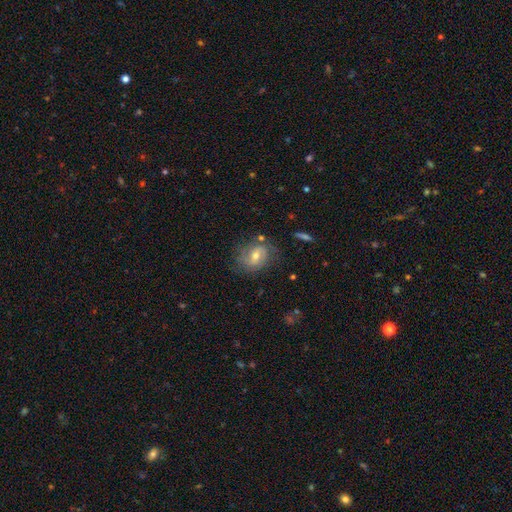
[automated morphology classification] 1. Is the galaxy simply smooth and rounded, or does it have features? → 63% featured or disk, 28% smooth, 9% star or artifact.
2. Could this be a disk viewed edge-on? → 96% no, 4% yes.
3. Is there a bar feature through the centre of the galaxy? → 48% weak, 33% no, 19% strong.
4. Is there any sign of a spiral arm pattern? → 81% yes, 19% no.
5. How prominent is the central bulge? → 59% moderate, 36% small, 3% large, 1% none, 1% dominant.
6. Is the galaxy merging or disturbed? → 69% none, 20% minor disturbance, 9% major disturbance, 3% merger.